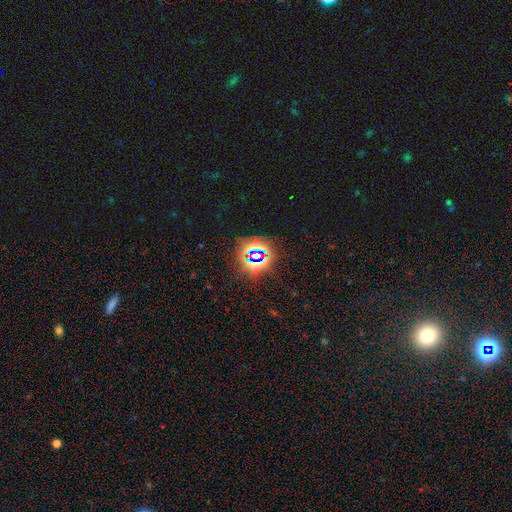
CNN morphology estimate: The model was most divided on "smooth or featured": star or artifact: 76%, smooth: 15%, featured or disk: 9%.